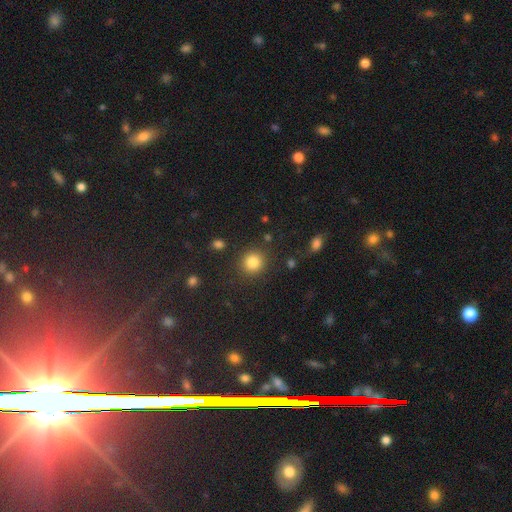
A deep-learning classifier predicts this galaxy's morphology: Smooth or featured? Predicted: smooth (p=0.83). How rounded? Predicted: round (p=0.90). Merging? Predicted: none (p=0.87).